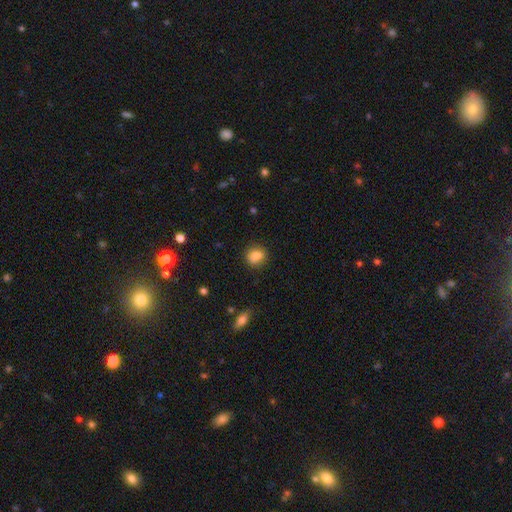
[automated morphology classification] type=smooth (84%); roundness=round (69%); merging=none (85%).